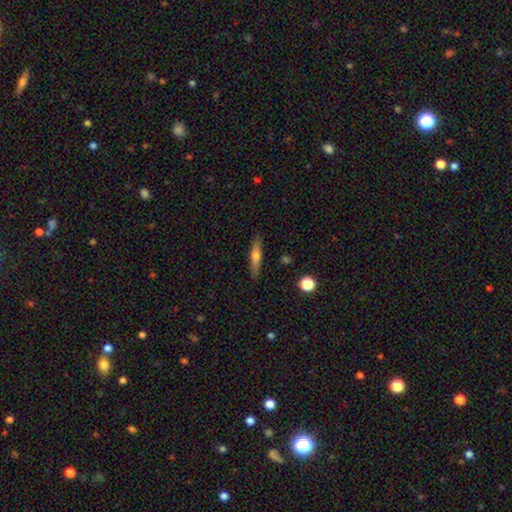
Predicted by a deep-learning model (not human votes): Q: Smooth or featured?
A: smooth (55%); runner-up: featured or disk (38%)
Q: How rounded?
A: cigar-shaped (83%); runner-up: in between (15%)
Q: Merging?
A: none (87%); runner-up: minor disturbance (9%)